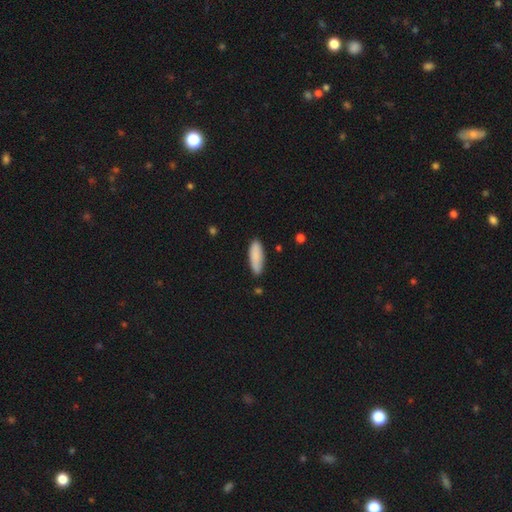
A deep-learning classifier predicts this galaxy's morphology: Smooth or featured? Predicted: smooth (p=0.87). How rounded? Predicted: in between (p=0.57). Merging? Predicted: none (p=0.83).